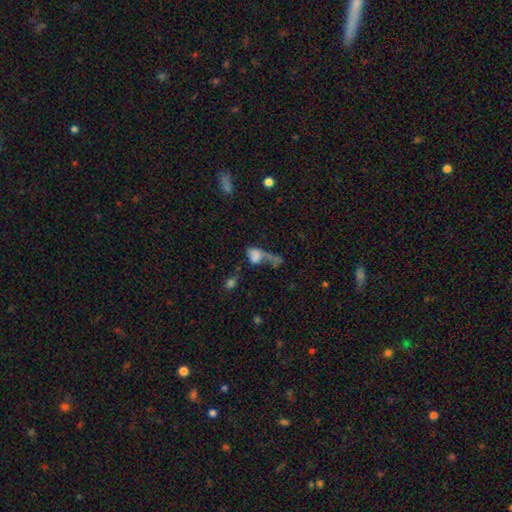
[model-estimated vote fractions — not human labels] A smooth galaxy with no disk features (60%) that is in between round and cigar-shaped (74%).

Vote fractions:
- Smooth or featured? smooth: 60% / featured or disk: 24% / star or artifact: 16%
- How rounded? in between: 74% / round: 20% / cigar-shaped: 7%
- Merging? major disturbance: 42% / merger: 29% / none: 17% / minor disturbance: 12%